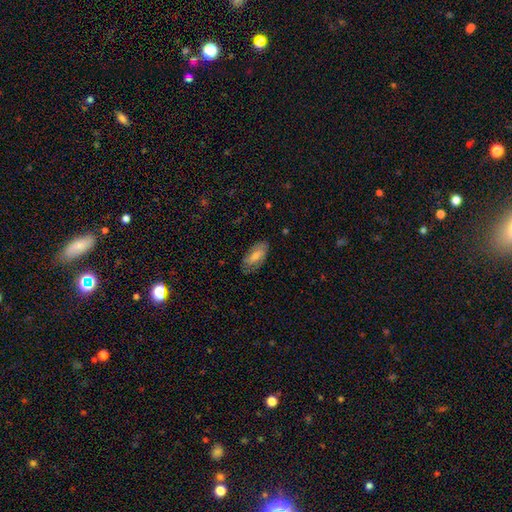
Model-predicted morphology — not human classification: A smooth galaxy with no disk features (53%) that is in between round and cigar-shaped (88%).

Vote fractions:
- Smooth or featured? smooth: 53% / featured or disk: 41% / star or artifact: 7%
- How rounded? in between: 88% / cigar-shaped: 8% / round: 3%
- Merging? none: 74% / minor disturbance: 19% / major disturbance: 5% / merger: 1%